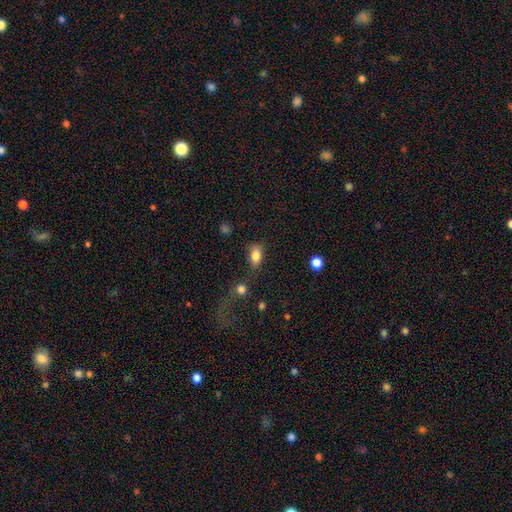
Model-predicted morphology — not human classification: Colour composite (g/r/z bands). It shows a smooth galaxy with no disk features (83%) that is in between round and cigar-shaped (83%). Merging: none (55%).